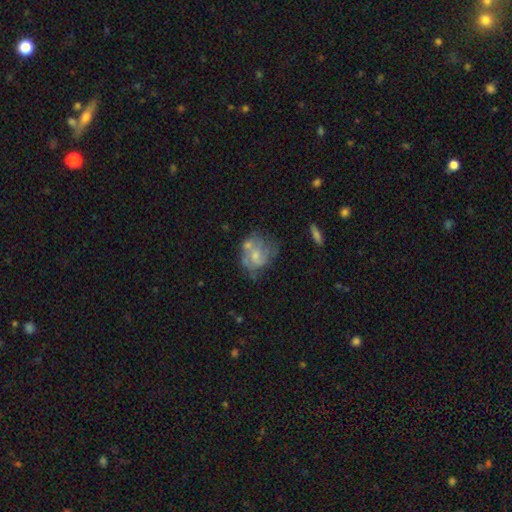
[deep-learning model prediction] A featured or disk galaxy (53%) with no bar (76%), no spiral arms (54%) and a small central bulge (42%). Merging: none (35%).